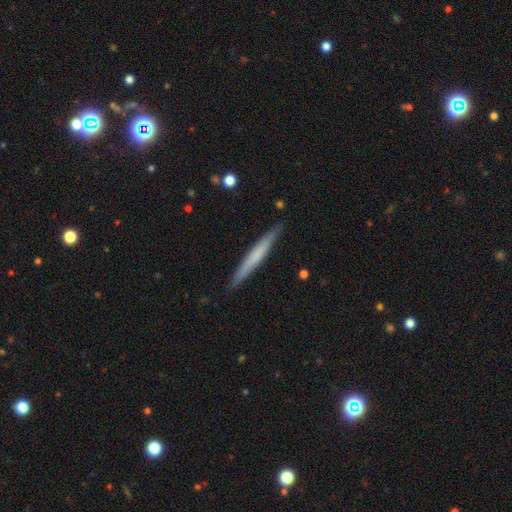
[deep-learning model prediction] A smooth galaxy with no disk features (54%) that is cigar-shaped (97%).

Vote fractions:
- Smooth or featured? smooth: 54% / featured or disk: 41% / star or artifact: 5%
- How rounded? cigar-shaped: 97% / in between: 2% / round: 1%
- Merging? none: 89% / minor disturbance: 8% / major disturbance: 1% / merger: 1%